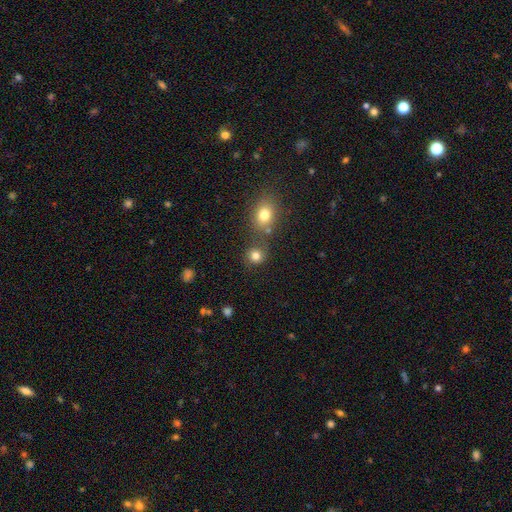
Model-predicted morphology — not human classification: smooth-or-featured: smooth: 81% | star or artifact: 13% | featured or disk: 6%
  how-rounded: round: 85% | in between: 14% | cigar-shaped: 1%
  merging: none: 70% | merger: 16% | minor disturbance: 10% | major disturbance: 4%